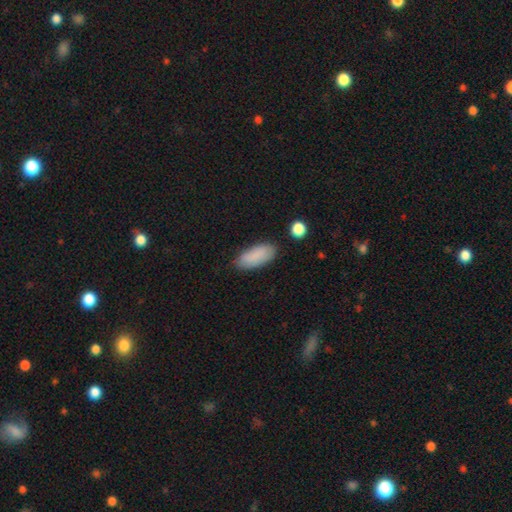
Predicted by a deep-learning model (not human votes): Smooth or featured? Predicted: smooth (p=0.87). How rounded? Predicted: in between (p=0.83). Merging? Predicted: none (p=0.80).